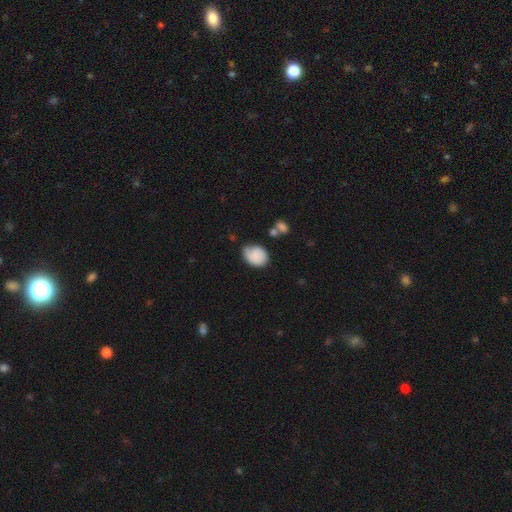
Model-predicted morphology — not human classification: The model was most divided on "how rounded": in between: 55%, round: 44%, cigar-shaped: 1%. More confident: smooth or featured — smooth (79%); merging — none (52%).